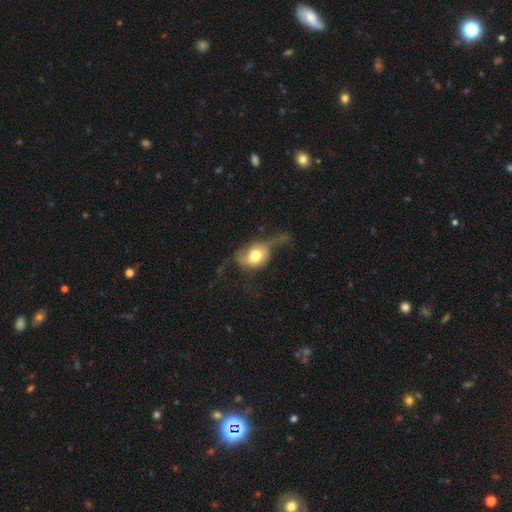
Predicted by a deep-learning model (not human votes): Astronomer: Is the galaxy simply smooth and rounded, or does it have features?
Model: smooth — 61%.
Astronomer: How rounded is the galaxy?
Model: in between — 52% (runner-up: round, 45%).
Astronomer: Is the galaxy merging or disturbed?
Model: major disturbance — 43% (runner-up: minor disturbance, 28%).